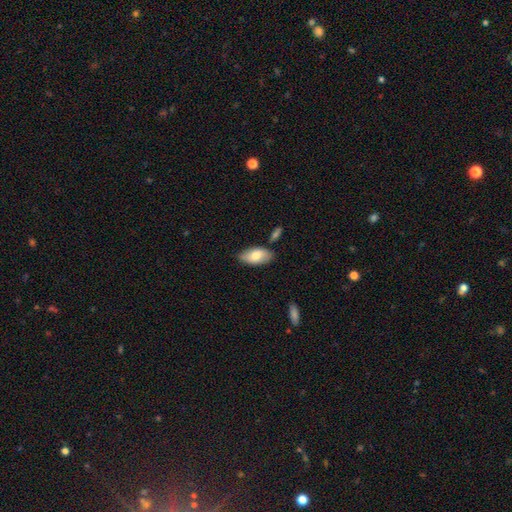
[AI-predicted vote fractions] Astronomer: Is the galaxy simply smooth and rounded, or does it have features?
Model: smooth — 76%.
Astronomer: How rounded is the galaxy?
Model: in between — 94%.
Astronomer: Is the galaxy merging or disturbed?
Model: none — 78%.